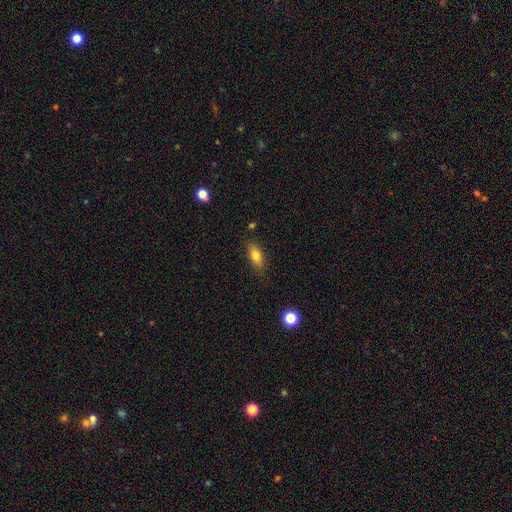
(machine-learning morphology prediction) Smooth or featured: smooth — 76% (featured or disk — 16%)
How rounded: in between — 79% (cigar-shaped — 16%)
Merging: none — 83% (minor disturbance — 13%)